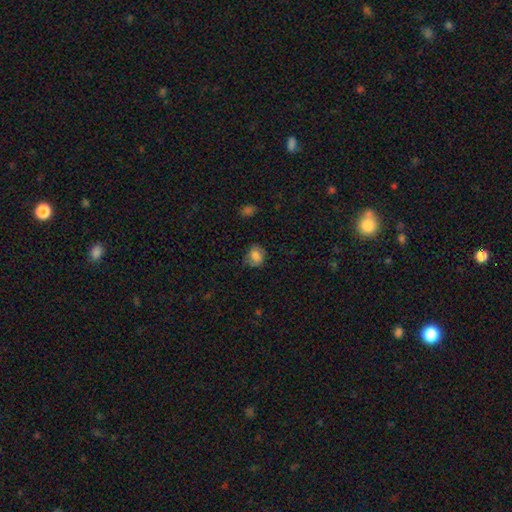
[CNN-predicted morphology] smooth_or_featured: smooth (p=0.79) [alt: featured or disk p=0.12]
how_rounded: round (p=0.62) [alt: in between p=0.37]
merging: none (p=0.67) [alt: minor disturbance p=0.25]